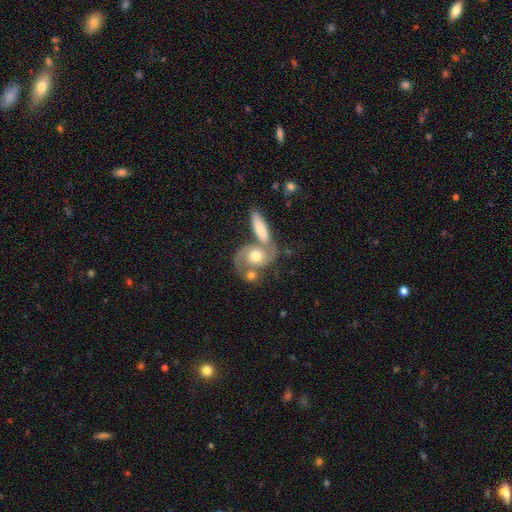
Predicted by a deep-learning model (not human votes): The model was most divided on "merging": merger: 44%, none: 36%, minor disturbance: 12%, major disturbance: 7%. More confident: edge-on disk — no (96%); spiral arms — yes (93%); spiral arm count — 2 (89%); smooth or featured — featured or disk (76%); bar — no (72%); bulge size — moderate (62%); spiral winding — medium (53%).